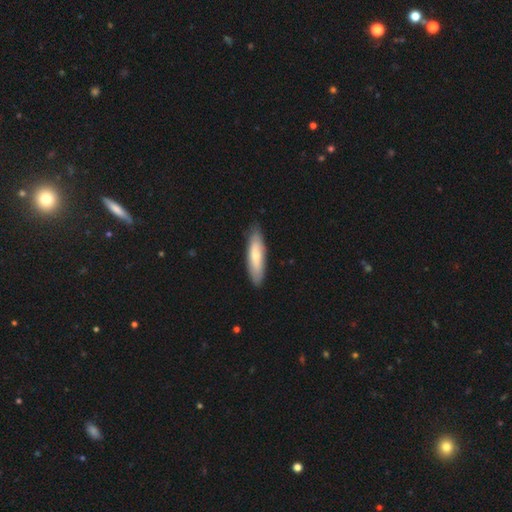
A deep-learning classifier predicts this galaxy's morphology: type=smooth (68%); roundness=cigar-shaped (63%); merging=none (83%).